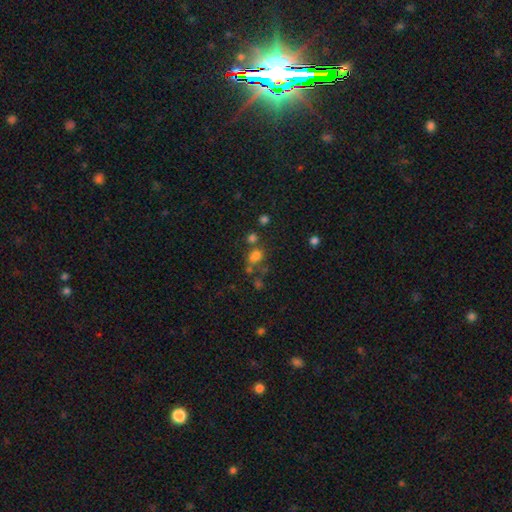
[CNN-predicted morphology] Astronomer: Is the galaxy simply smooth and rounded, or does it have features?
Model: smooth — 67%.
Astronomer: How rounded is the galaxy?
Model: round — 49%, tied with in between at 49%.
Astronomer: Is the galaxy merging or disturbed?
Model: none — 45% (runner-up: merger, 32%).